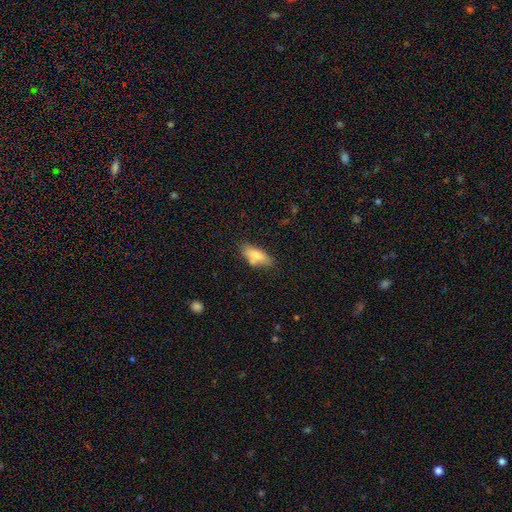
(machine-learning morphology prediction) Smooth or featured: smooth — 78% (featured or disk — 15%)
How rounded: in between — 75% (cigar-shaped — 23%)
Merging: none — 63% (minor disturbance — 21%)